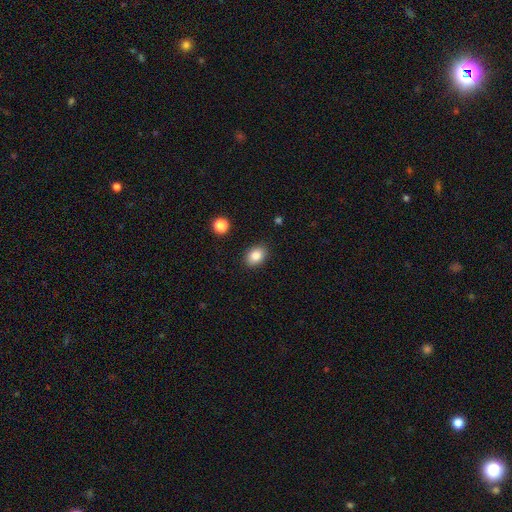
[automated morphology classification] smooth-or-featured: smooth: 85% | star or artifact: 9% | featured or disk: 6%
  how-rounded: in between: 73% | round: 26% | cigar-shaped: 1%
  merging: none: 87% | minor disturbance: 9% | major disturbance: 2% | merger: 2%